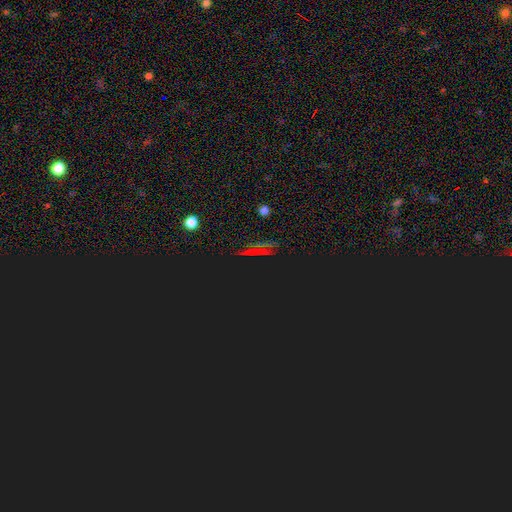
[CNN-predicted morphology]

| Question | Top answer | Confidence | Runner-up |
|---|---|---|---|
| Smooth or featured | star or artifact | 75% | smooth (16%) |